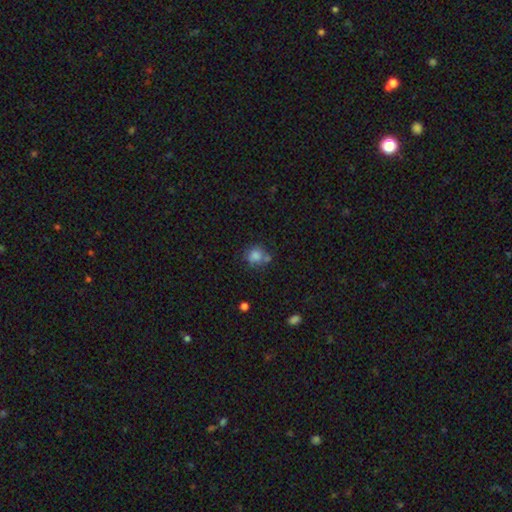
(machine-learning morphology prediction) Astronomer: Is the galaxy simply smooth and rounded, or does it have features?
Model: smooth — 80%.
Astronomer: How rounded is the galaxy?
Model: round — 82%.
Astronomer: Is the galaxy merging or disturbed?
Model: none — 58%.